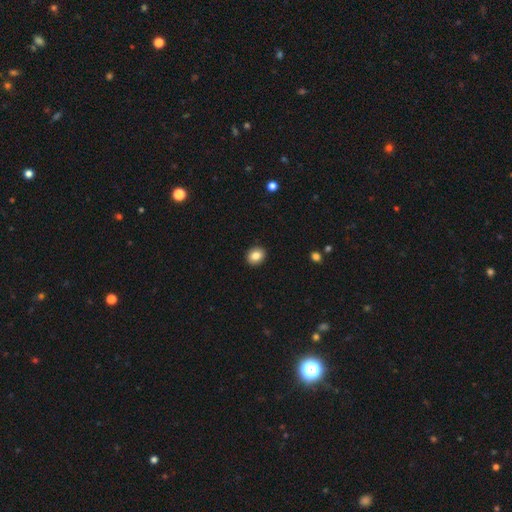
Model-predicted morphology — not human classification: smooth 84%, star or artifact 9%, featured or disk 7%. Down the decision tree: how rounded — round (62%); merging — none (92%).